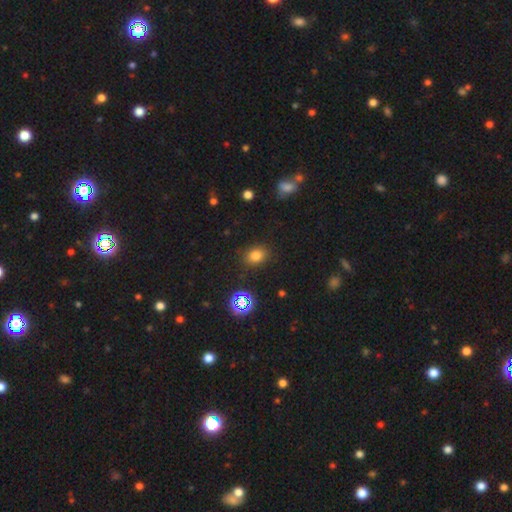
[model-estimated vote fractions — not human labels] Smooth or featured: smooth — 75% (star or artifact — 18%)
How rounded: in between — 53% (round — 46%)
Merging: none — 86% (minor disturbance — 9%)